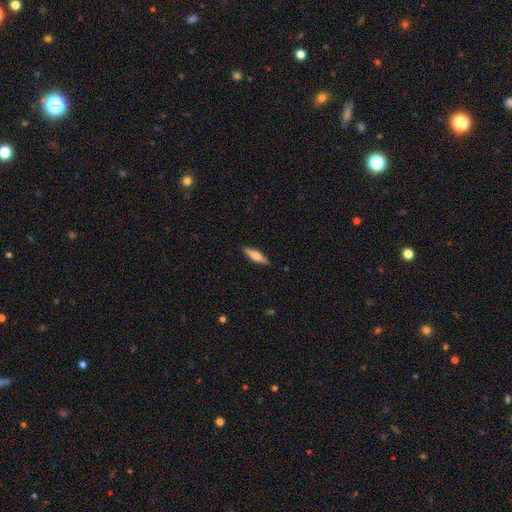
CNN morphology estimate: type=featured or disk (48%); merging=none (89%).